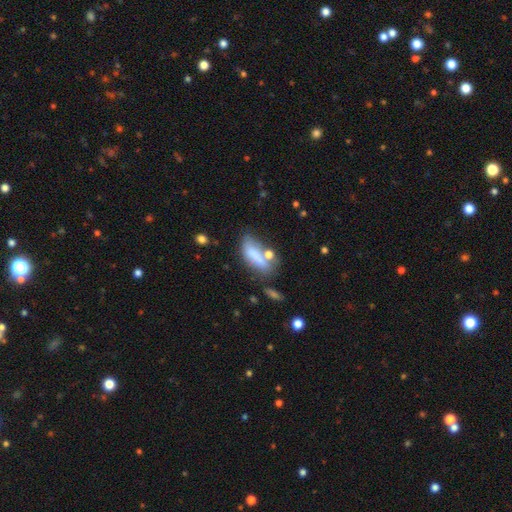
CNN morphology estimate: This is likely a smooth galaxy (70%). How rounded: likely in between (67%). Merging: marginally none (42%).